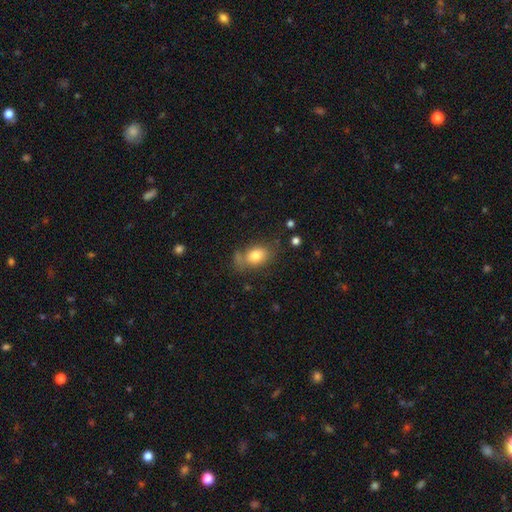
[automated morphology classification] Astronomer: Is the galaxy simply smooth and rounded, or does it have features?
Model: smooth — 79%.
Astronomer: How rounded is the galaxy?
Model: in between — 75%.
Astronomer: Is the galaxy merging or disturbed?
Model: none — 61%.